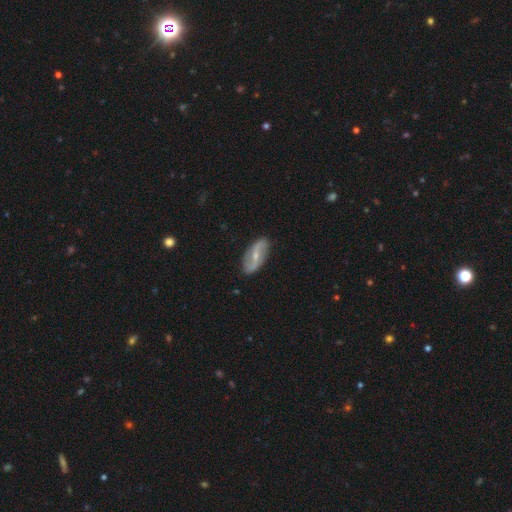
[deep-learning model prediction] This is likely a featured or disk galaxy (76%). It is clearly not viewed edge-on (93%). Bar: marginally weak (38%, tied with strong). Spiral arm pattern: clearly yes (86%). Spiral arm count: clearly 2 (92%). Spiral winding: likely loose (65%). Central bulge: possibly small (60%). Merging: clearly none (86%).